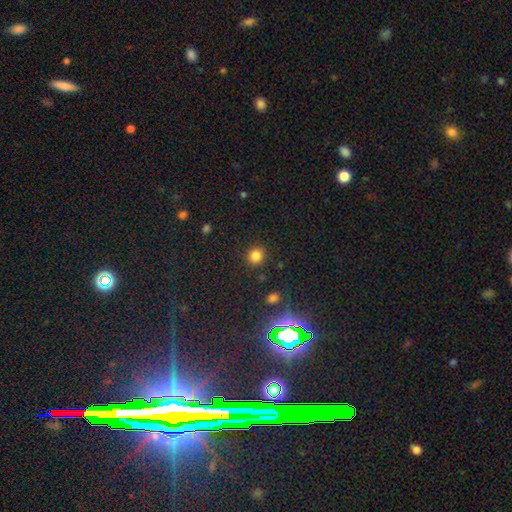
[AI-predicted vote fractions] smooth-or-featured: smooth: 80% | star or artifact: 15% | featured or disk: 5%
  how-rounded: round: 86% | in between: 13% | cigar-shaped: 1%
  merging: none: 89% | minor disturbance: 7% | major disturbance: 3% | merger: 2%